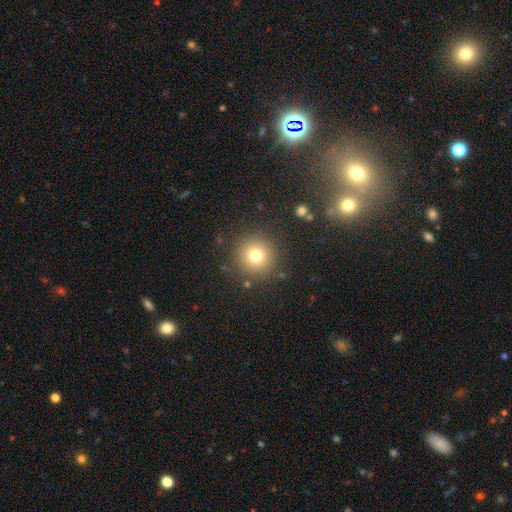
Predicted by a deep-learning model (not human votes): Smooth or featured? Predicted: smooth (p=0.76). How rounded? Predicted: round (p=0.95). Merging? Predicted: none (p=0.87).